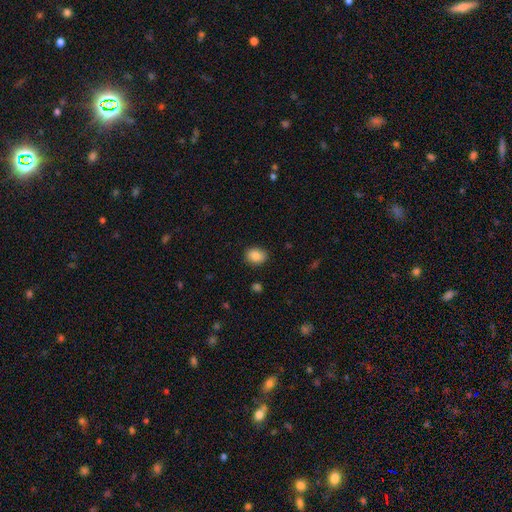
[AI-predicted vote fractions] Overall: smooth (87%). How rounded: in between (59%; round 40%). Merging: none (86%).